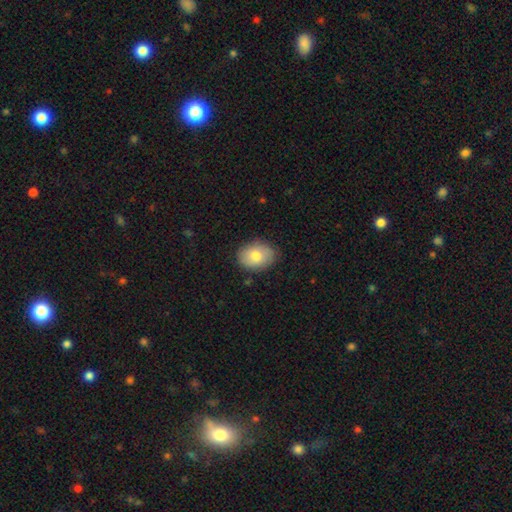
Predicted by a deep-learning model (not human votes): Smooth or featured? Predicted: smooth (p=0.77). How rounded? Predicted: in between (p=0.67). Merging? Predicted: none (p=0.83).